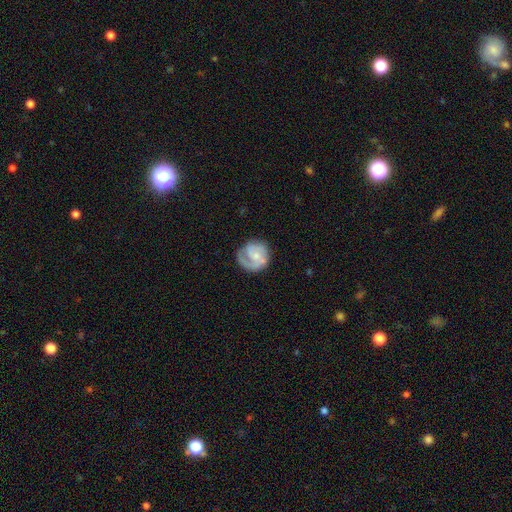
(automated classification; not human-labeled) Smooth or featured: featured or disk — 62% (smooth — 32%)
Edge-on disk: no — 98% (yes — 2%)
Bar: no — 59% (weak — 34%)
Spiral arms: yes — 87% (no — 13%)
Spiral winding: medium — 40% (tied with tight — 40%)
Spiral arm count: 1 — 40% (2 — 35%)
Bulge size: small — 49% (moderate — 27%)
Merging: none — 64% (minor disturbance — 20%)